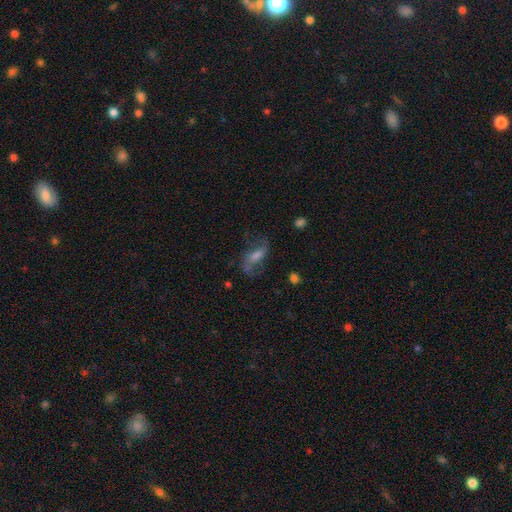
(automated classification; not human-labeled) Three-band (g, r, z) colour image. It shows a featured or disk galaxy (62%) with a weak bar (43%), spiral arms (82%) and a moderate central bulge (38%). Merging: none (59%).